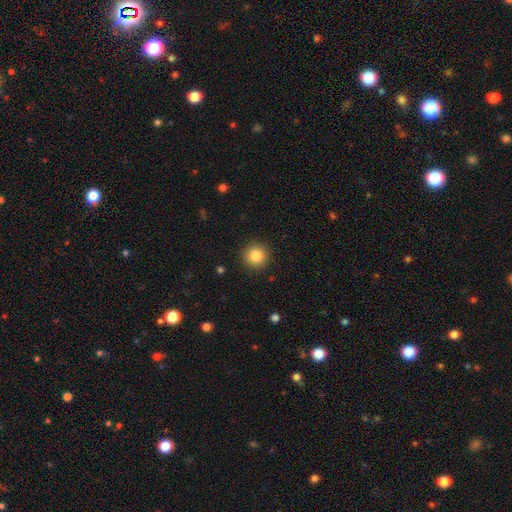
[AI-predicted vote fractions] Smooth or featured?
  - smooth: 85% *
  - star or artifact: 10%
  - featured or disk: 5%
How rounded?
  - round: 95% *
  - in between: 4%
  - cigar-shaped: 1%
Merging?
  - none: 91% *
  - minor disturbance: 6%
  - major disturbance: 2%
  - merger: 1%